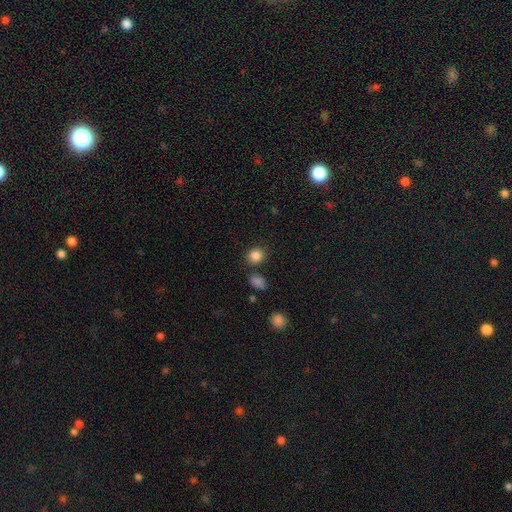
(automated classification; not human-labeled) This appears to be a smooth galaxy with no disk features (86%) that is round (73%). Merging: none (80%).